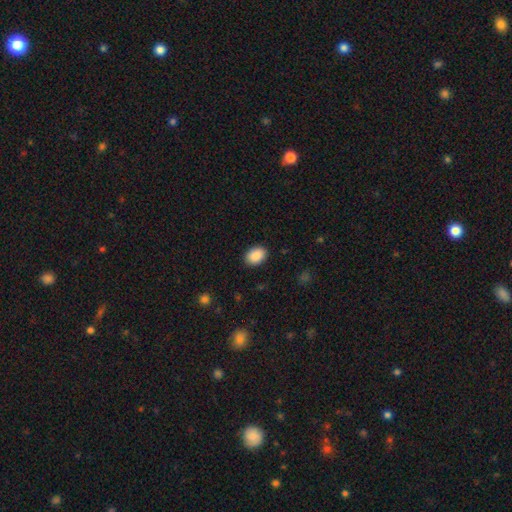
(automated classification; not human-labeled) Smooth or featured? smooth (89%)
How rounded? in between (75%)
Merging? none (89%)